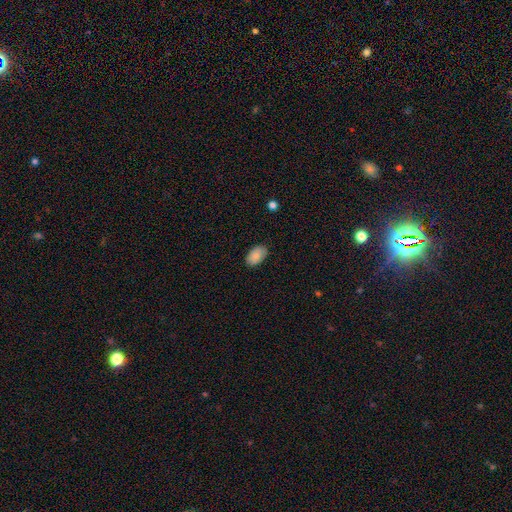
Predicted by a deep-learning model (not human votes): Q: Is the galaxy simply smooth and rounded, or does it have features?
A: smooth — 85%.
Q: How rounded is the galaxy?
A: in between — 92%.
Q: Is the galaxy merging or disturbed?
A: none — 83%.